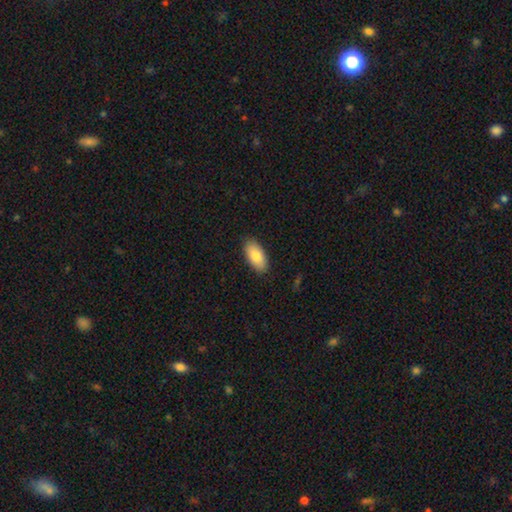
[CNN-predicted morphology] Q: Smooth or featured?
A: smooth (84%); runner-up: featured or disk (10%)
Q: How rounded?
A: in between (93%); runner-up: cigar-shaped (5%)
Q: Merging?
A: none (89%); runner-up: minor disturbance (9%)